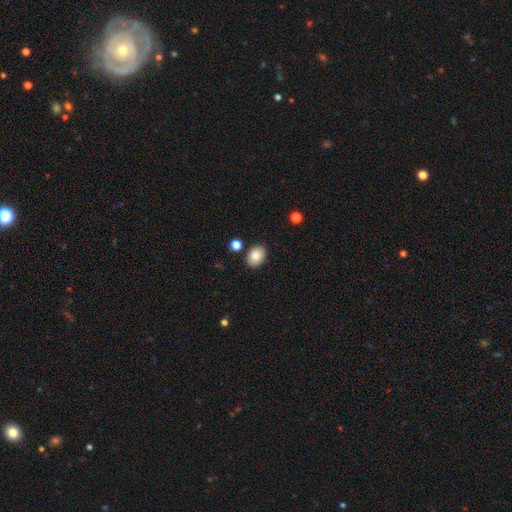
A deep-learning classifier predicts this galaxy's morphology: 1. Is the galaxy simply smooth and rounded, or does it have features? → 86% smooth, 8% star or artifact, 6% featured or disk.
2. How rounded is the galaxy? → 72% in between, 27% round, 1% cigar-shaped.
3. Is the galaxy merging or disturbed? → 85% none, 9% minor disturbance, 3% merger, 2% major disturbance.